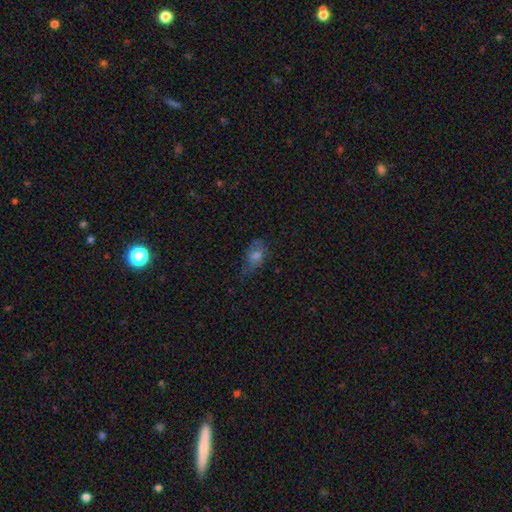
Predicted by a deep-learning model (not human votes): Smooth or featured?
  - smooth: 54% *
  - featured or disk: 27%
  - star or artifact: 19%
How rounded?
  - in between: 79% *
  - round: 15%
  - cigar-shaped: 6%
Merging?
  - none: 45% *
  - minor disturbance: 32%
  - major disturbance: 21%
  - merger: 3%